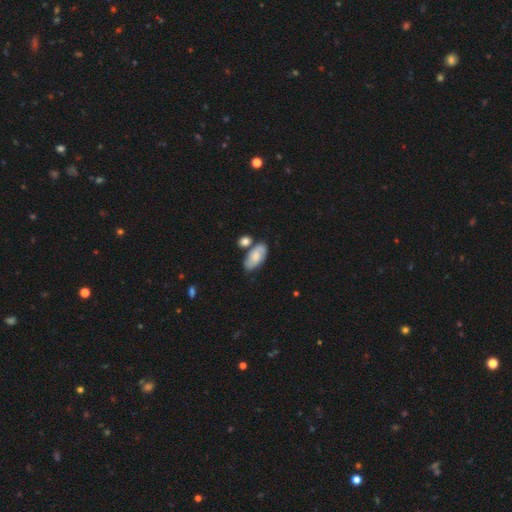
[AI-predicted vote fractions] Smooth or featured?
  - smooth: 55% *
  - featured or disk: 38%
  - star or artifact: 7%
How rounded?
  - in between: 90% *
  - cigar-shaped: 6%
  - round: 4%
Merging?
  - none: 59% *
  - merger: 20%
  - minor disturbance: 17%
  - major disturbance: 5%